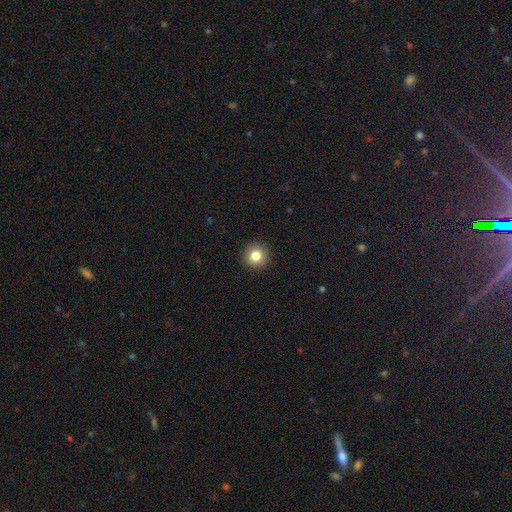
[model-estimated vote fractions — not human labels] smooth_or_featured: smooth (p=0.82) [alt: star or artifact p=0.11]
how_rounded: round (p=0.95) [alt: in between p=0.04]
merging: none (p=0.92) [alt: minor disturbance p=0.05]